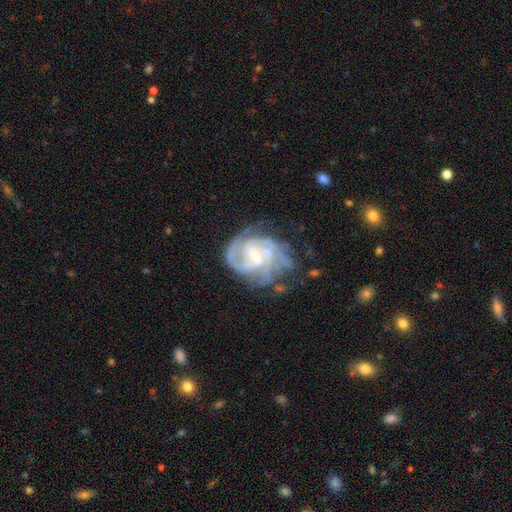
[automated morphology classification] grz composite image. It shows a featured or disk galaxy (89%) with a weak bar (46%), 3 (26%) tight (57%) spiral arms (96%) and a small central bulge (65%). Merging: none (58%).